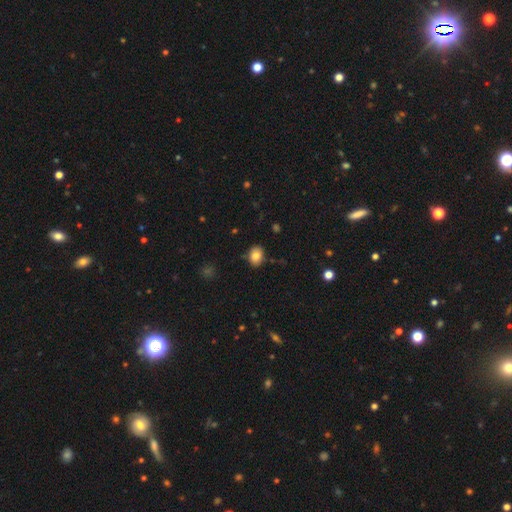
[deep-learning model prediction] Overall: smooth (83%). How rounded: in between (64%; round 35%). Merging: none (80%).